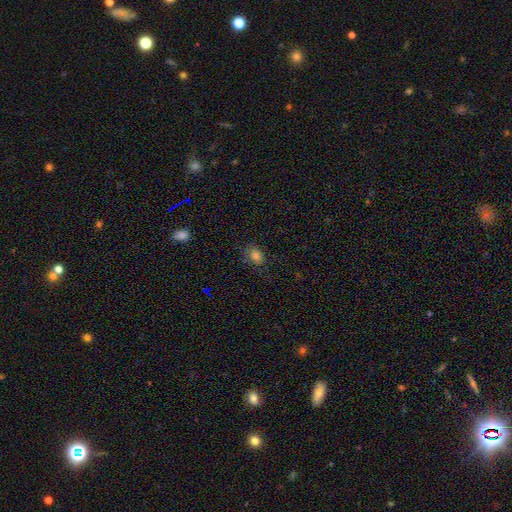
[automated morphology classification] A smooth galaxy with no disk features (80%) that is in between round and cigar-shaped (62%). Merging: none (75%).